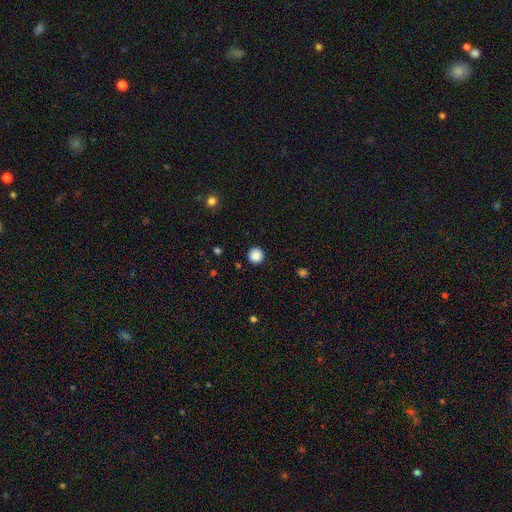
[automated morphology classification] Smooth or featured: smooth — 87% (star or artifact — 10%)
How rounded: round — 96% (in between — 3%)
Merging: none — 92% (minor disturbance — 5%)